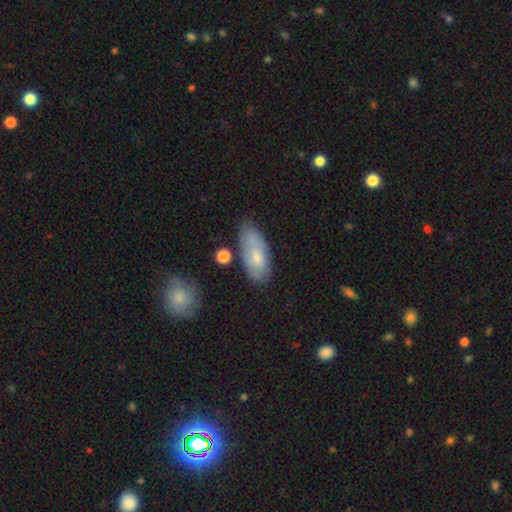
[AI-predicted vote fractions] Smooth or featured? smooth (72%)
How rounded? in between (87%)
Merging? none (65%)